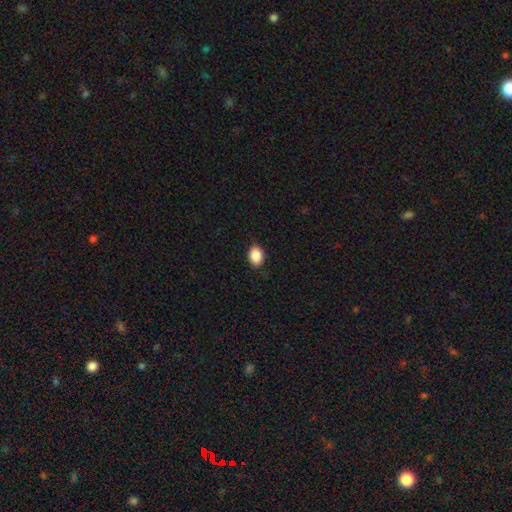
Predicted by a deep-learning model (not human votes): A smooth galaxy with no disk features (89%) that is in between round and cigar-shaped (76%). Merging: none (88%).